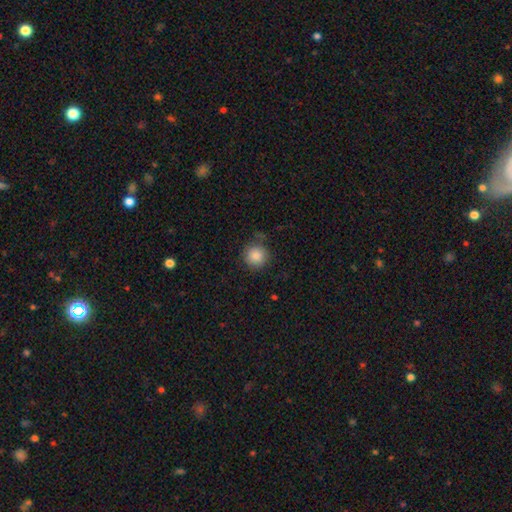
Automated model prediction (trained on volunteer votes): smooth_or_featured: smooth (p=0.87) [alt: star or artifact p=0.09]
how_rounded: round (p=0.94) [alt: in between p=0.05]
merging: none (p=0.81) [alt: minor disturbance p=0.13]